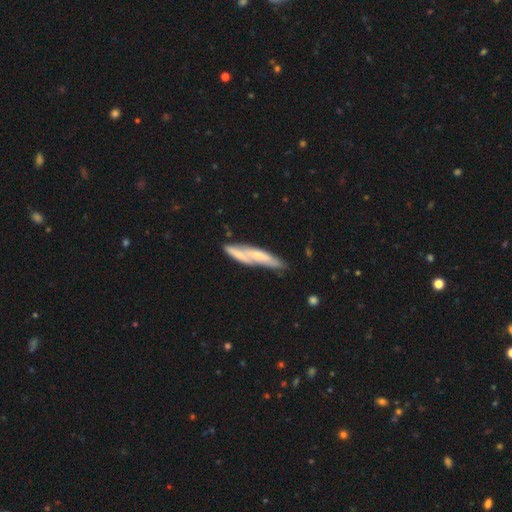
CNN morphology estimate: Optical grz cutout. It shows a featured or disk galaxy (51%) viewed edge-on (57%). Merging: none (53%).